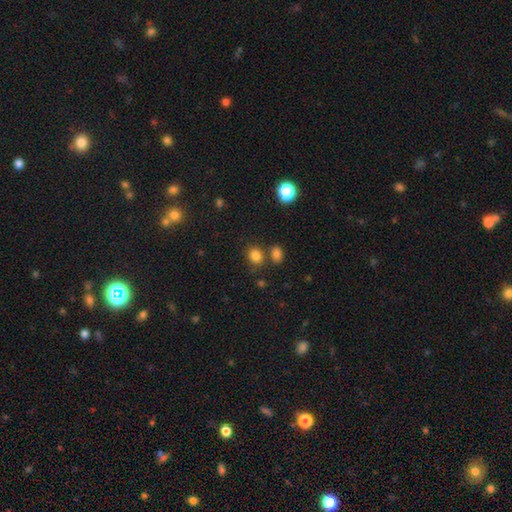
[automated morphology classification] The model was most divided on "how rounded": round: 60%, in between: 39%, cigar-shaped: 1%. More confident: smooth or featured — smooth (82%); merging — none (69%).